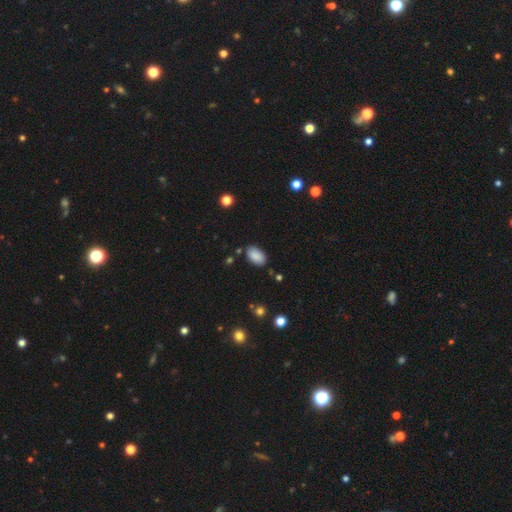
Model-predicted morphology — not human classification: smooth-or-featured: smooth: 88% | star or artifact: 8% | featured or disk: 4%
  how-rounded: in between: 93% | round: 6% | cigar-shaped: 1%
  merging: none: 83% | minor disturbance: 12% | major disturbance: 3% | merger: 2%